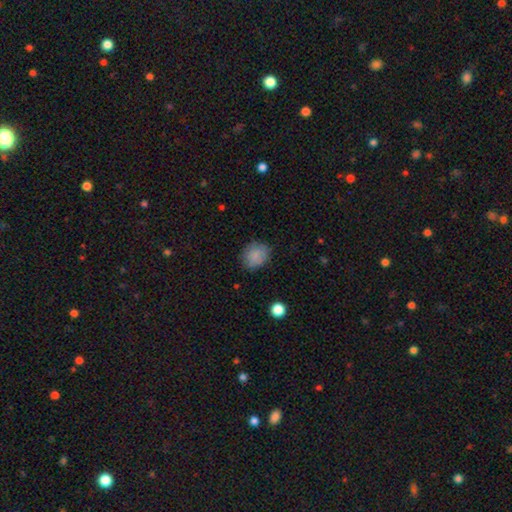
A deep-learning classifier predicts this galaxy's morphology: Smooth or featured?
  - smooth: 84% *
  - star or artifact: 9%
  - featured or disk: 7%
How rounded?
  - round: 56% *
  - in between: 43%
  - cigar-shaped: 1%
Merging?
  - none: 79% *
  - minor disturbance: 16%
  - major disturbance: 4%
  - merger: 1%